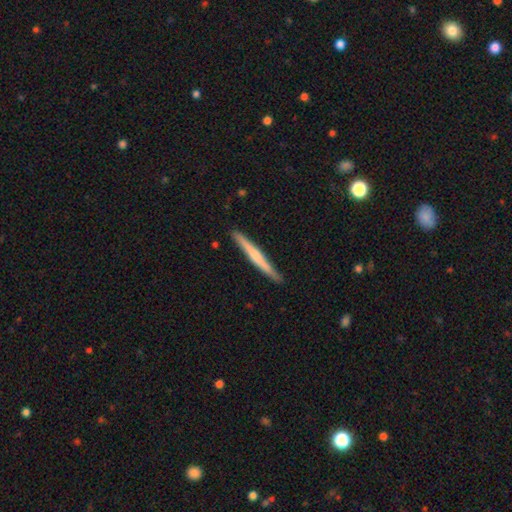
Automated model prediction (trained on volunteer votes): This appears to be a featured or disk galaxy (50%). Merging: none (90%).